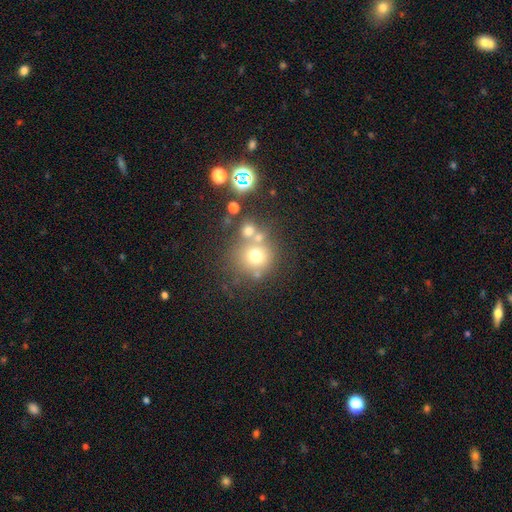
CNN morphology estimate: Overall: smooth (66%). How rounded: round (88%). Merging: none (59%; merger 26%).